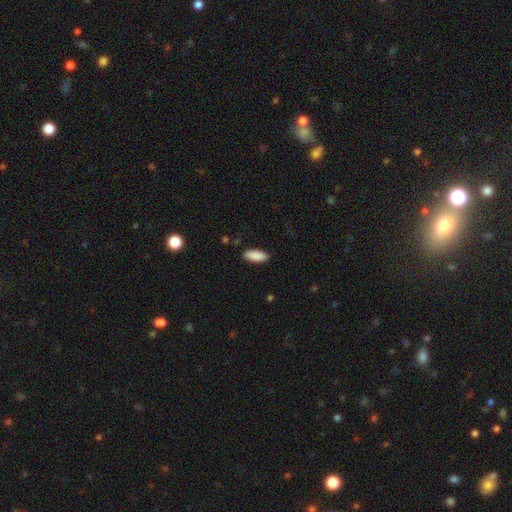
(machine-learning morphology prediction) Smooth or featured? Predicted: smooth (p=0.90). How rounded? Predicted: in between (p=0.80). Merging? Predicted: none (p=0.89).